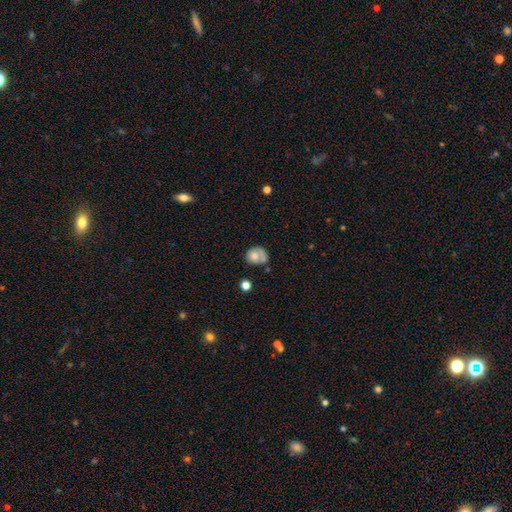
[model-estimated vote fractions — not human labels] The model was most divided on "merging": none: 43%, minor disturbance: 26%, major disturbance: 17%, merger: 15%. More confident: smooth or featured — smooth (70%); how rounded — round (63%).